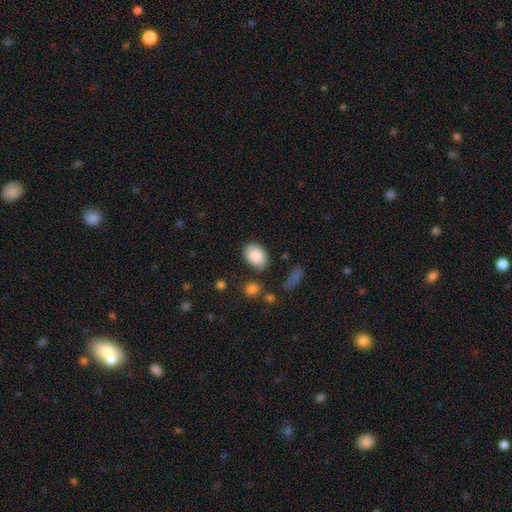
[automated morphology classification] Smooth or featured: smooth — 88% (star or artifact — 7%)
How rounded: in between — 87% (round — 12%)
Merging: none — 78% (minor disturbance — 14%)